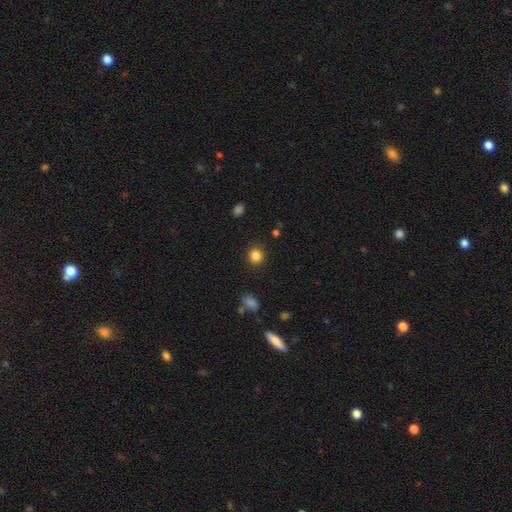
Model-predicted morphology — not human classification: Smooth or featured? Predicted: smooth (p=0.85). How rounded? Predicted: round (p=0.88). Merging? Predicted: none (p=0.89).